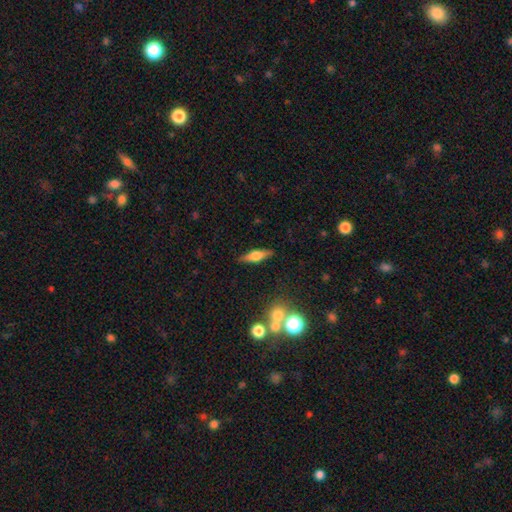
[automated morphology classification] smooth_or_featured: featured or disk (p=0.47) [alt: smooth p=0.45]
merging: none (p=0.87) [alt: minor disturbance p=0.09]